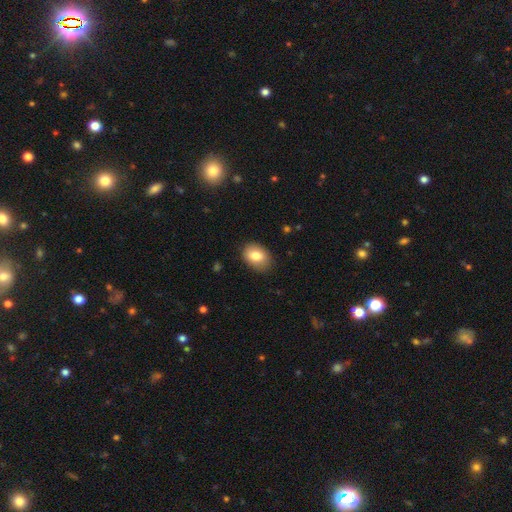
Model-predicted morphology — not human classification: A smooth galaxy with no disk features (82%) that is in between round and cigar-shaped (73%). Merging: none (84%).